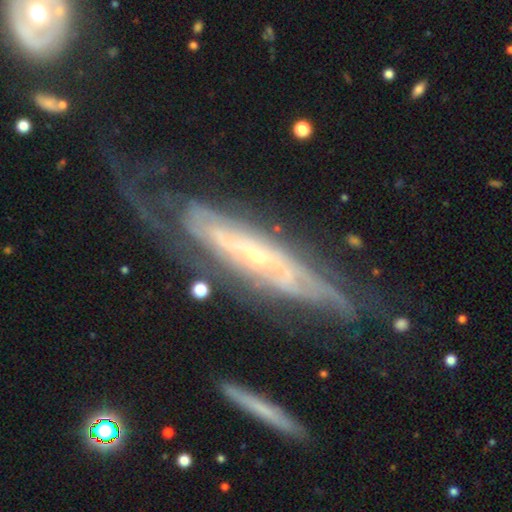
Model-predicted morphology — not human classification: This appears to be a featured or disk galaxy (84%) with no bar (59%), tight (64%) spiral arms (91%) and a small central bulge (73%). Merging: none (51%).